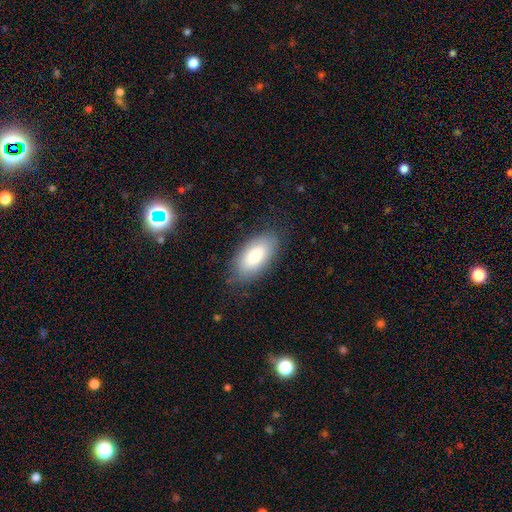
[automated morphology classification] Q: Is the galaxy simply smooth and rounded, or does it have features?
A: smooth — 77%.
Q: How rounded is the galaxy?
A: in between — 93%.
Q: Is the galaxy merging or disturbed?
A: none — 81%.